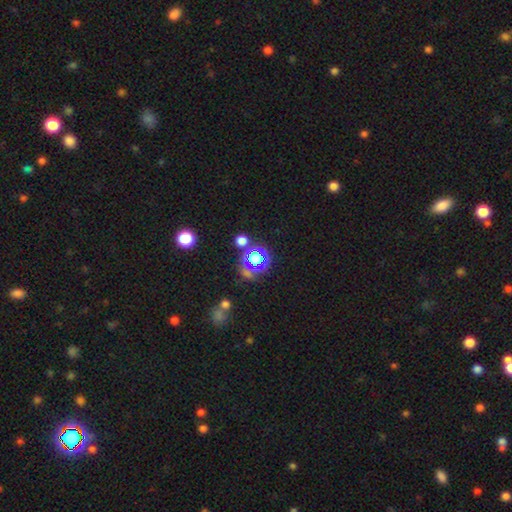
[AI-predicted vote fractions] The model was most divided on "smooth or featured": star or artifact: 65%, smooth: 25%, featured or disk: 10%.